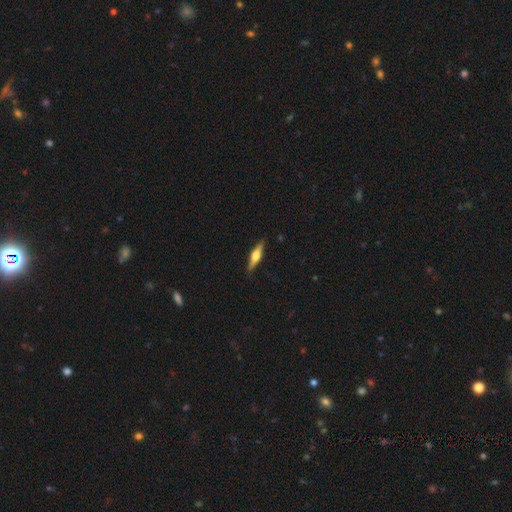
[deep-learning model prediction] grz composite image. It shows a featured or disk galaxy (60%) viewed edge-on (96%) with a rounded central bulge (91%). Merging: none (88%).